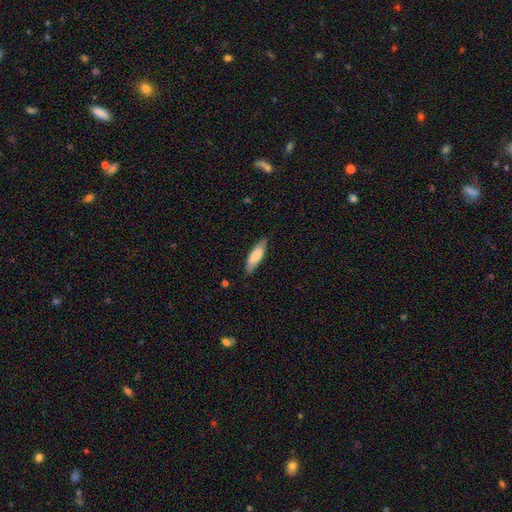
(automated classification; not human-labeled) A smooth galaxy with no disk features (80%) that is cigar-shaped (54%).

Vote fractions:
- Smooth or featured? smooth: 80% / featured or disk: 15% / star or artifact: 5%
- How rounded? cigar-shaped: 54% / in between: 45% / round: 1%
- Merging? none: 82% / minor disturbance: 14% / major disturbance: 2% / merger: 1%